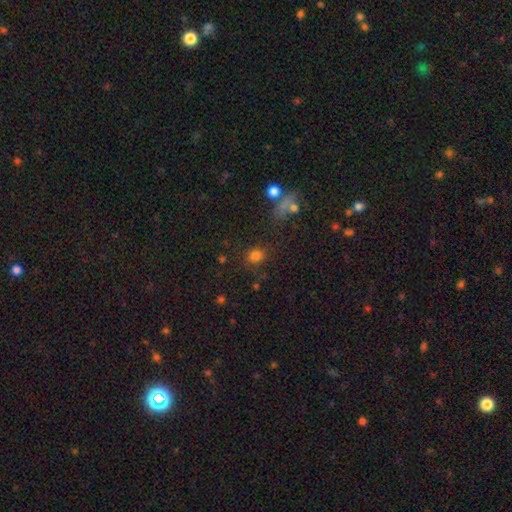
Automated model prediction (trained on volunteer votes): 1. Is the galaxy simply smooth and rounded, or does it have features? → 77% smooth, 16% star or artifact, 7% featured or disk.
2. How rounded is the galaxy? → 64% round, 34% in between, 1% cigar-shaped.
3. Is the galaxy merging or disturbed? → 74% none, 14% minor disturbance, 7% major disturbance, 5% merger.